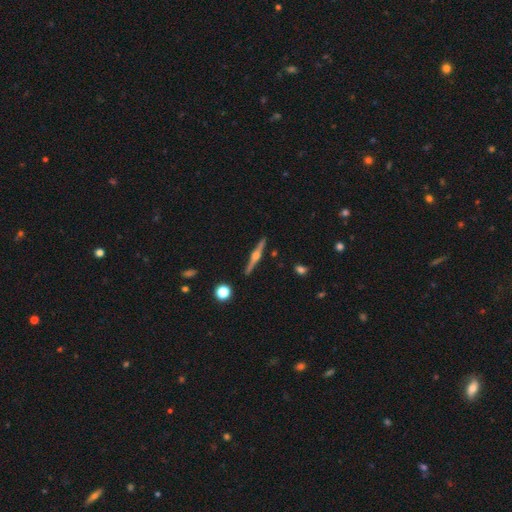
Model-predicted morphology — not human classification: Overall: featured or disk (81%). Edge-on disk: yes (98%). Edge-on bulge: rounded (91%). Merging: none (91%).